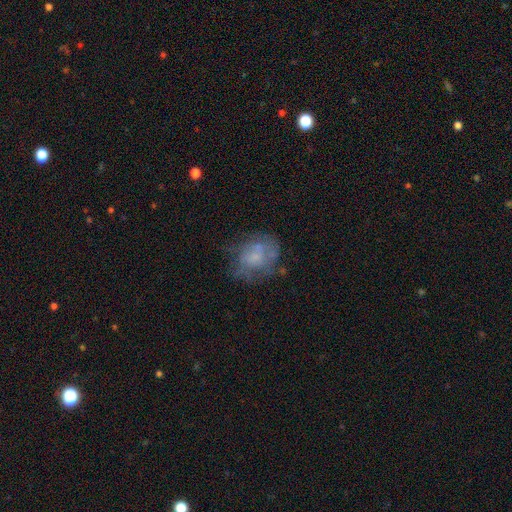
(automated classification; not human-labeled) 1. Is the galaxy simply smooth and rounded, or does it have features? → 48% featured or disk, 41% smooth, 12% star or artifact.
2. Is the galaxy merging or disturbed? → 53% none, 23% minor disturbance, 20% major disturbance, 4% merger.